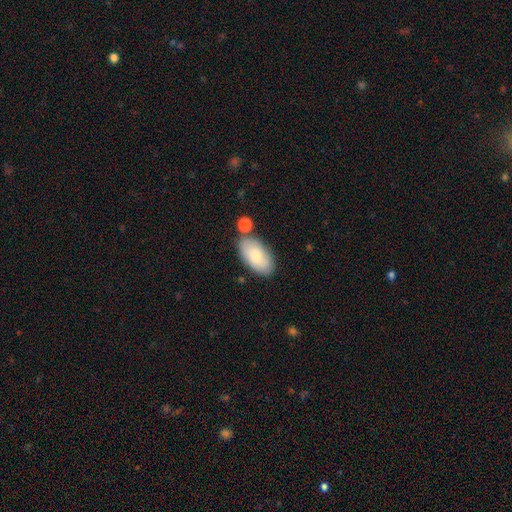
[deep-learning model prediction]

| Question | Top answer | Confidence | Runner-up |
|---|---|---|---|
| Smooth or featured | smooth | 77% | featured or disk (17%) |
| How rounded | in between | 95% | round (3%) |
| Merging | none | 73% | minor disturbance (15%) |